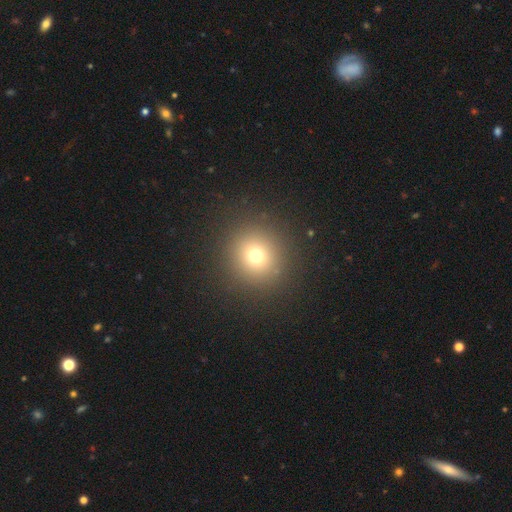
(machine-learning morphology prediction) A smooth galaxy with no disk features (72%) that is round (92%).

Vote fractions:
- Smooth or featured? smooth: 72% / star or artifact: 19% / featured or disk: 10%
- How rounded? round: 92% / in between: 7% / cigar-shaped: 1%
- Merging? none: 90% / minor disturbance: 6% / major disturbance: 3% / merger: 1%